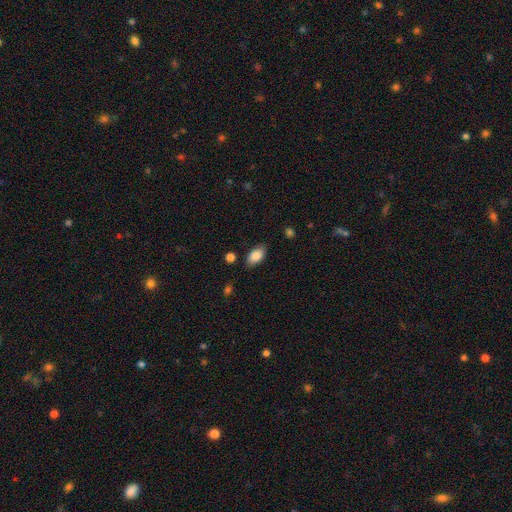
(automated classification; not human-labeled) Q: Smooth or featured?
A: smooth (87%); runner-up: star or artifact (7%)
Q: How rounded?
A: in between (93%); runner-up: round (5%)
Q: Merging?
A: none (83%); runner-up: minor disturbance (12%)